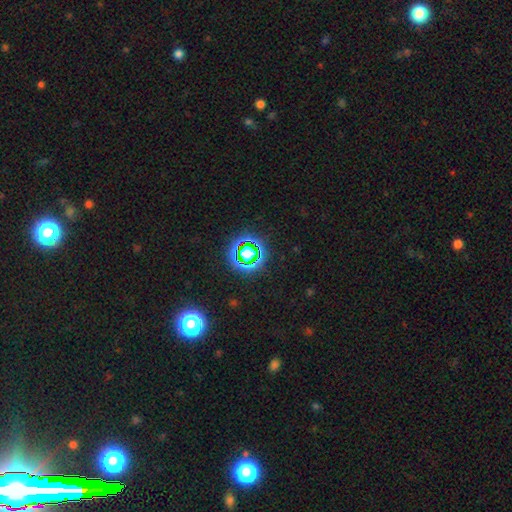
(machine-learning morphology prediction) Overall: star or artifact (74%).